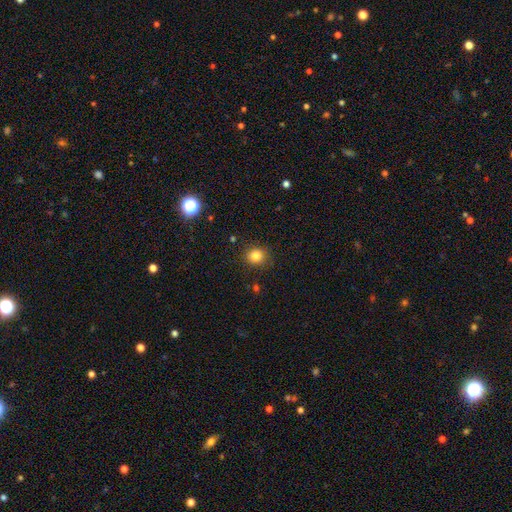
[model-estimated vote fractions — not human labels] smooth-or-featured: smooth: 82% | star or artifact: 12% | featured or disk: 5%
  how-rounded: round: 79% | in between: 20% | cigar-shaped: 1%
  merging: none: 87% | minor disturbance: 9% | major disturbance: 3% | merger: 1%